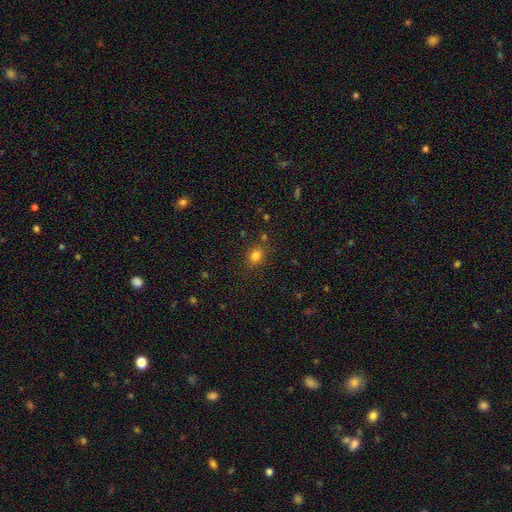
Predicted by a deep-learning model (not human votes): Q: Smooth or featured?
A: smooth (79%); runner-up: star or artifact (14%)
Q: How rounded?
A: round (59%); runner-up: in between (40%)
Q: Merging?
A: none (81%); runner-up: minor disturbance (12%)